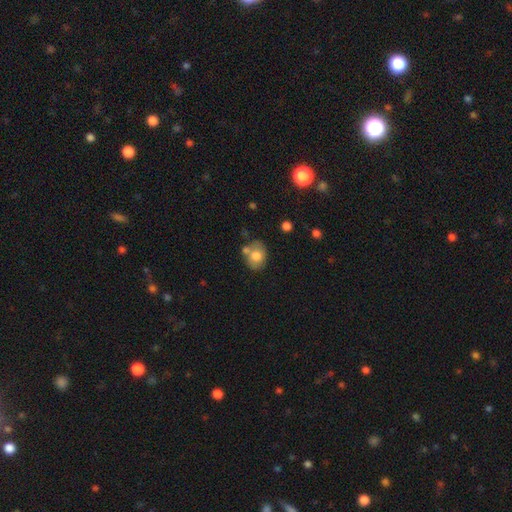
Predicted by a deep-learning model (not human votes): Smooth or featured? Predicted: smooth (p=0.75). How rounded? Predicted: in between (p=0.50). Merging? Predicted: none (p=0.57).